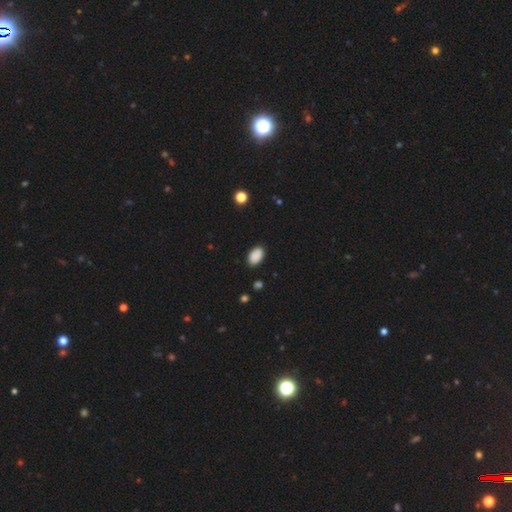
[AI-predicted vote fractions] smooth-or-featured: smooth: 89% | star or artifact: 8% | featured or disk: 3%
  how-rounded: in between: 92% | round: 7% | cigar-shaped: 1%
  merging: none: 87% | minor disturbance: 10% | major disturbance: 2% | merger: 1%